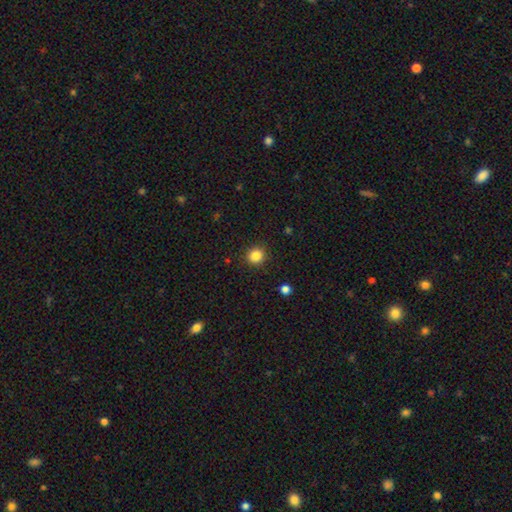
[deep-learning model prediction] Q: Smooth or featured?
A: smooth (85%); runner-up: star or artifact (11%)
Q: How rounded?
A: round (88%); runner-up: in between (11%)
Q: Merging?
A: none (90%); runner-up: minor disturbance (7%)